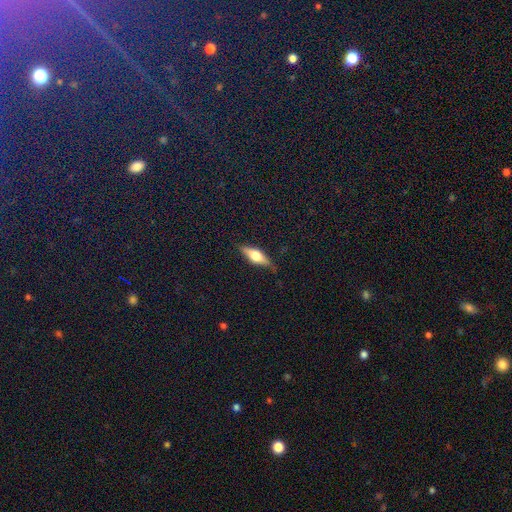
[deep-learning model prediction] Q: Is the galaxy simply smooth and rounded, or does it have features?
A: featured or disk — 49%.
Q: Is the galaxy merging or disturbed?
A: none — 81%.